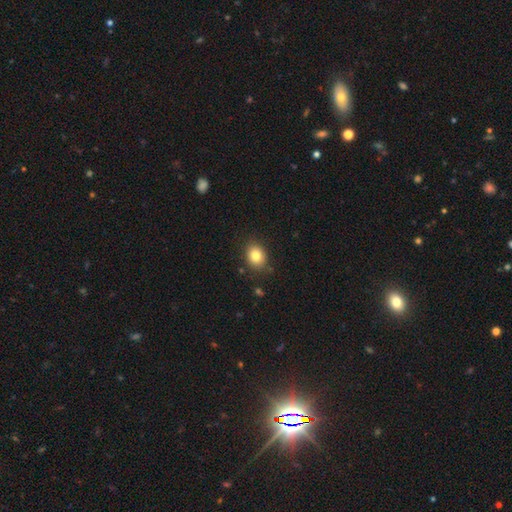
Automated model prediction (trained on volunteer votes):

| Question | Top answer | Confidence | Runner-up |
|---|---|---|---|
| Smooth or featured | smooth | 81% | star or artifact (10%) |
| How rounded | in between | 51% | round (49%) |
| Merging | none | 83% | minor disturbance (13%) |